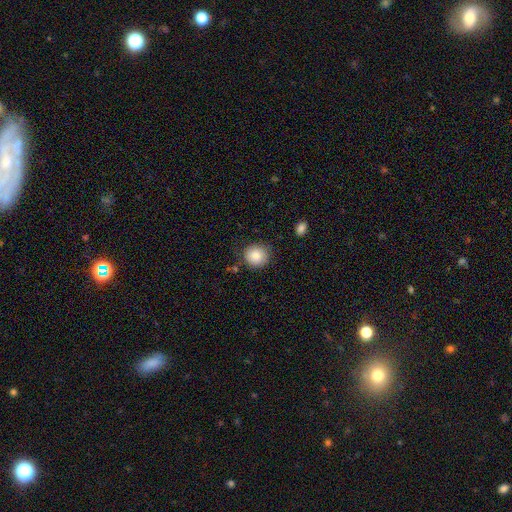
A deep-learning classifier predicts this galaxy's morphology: Smooth or featured? Predicted: smooth (p=0.85). How rounded? Predicted: round (p=0.90). Merging? Predicted: none (p=0.82).